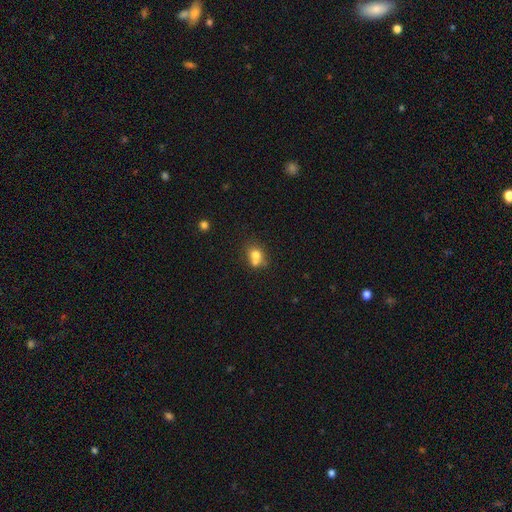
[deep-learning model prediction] A smooth galaxy with no disk features (73%) that is round (61%).

Vote fractions:
- Smooth or featured? smooth: 73% / featured or disk: 15% / star or artifact: 11%
- How rounded? round: 61% / in between: 38% / cigar-shaped: 1%
- Merging? merger: 44% / none: 39% / minor disturbance: 13% / major disturbance: 5%